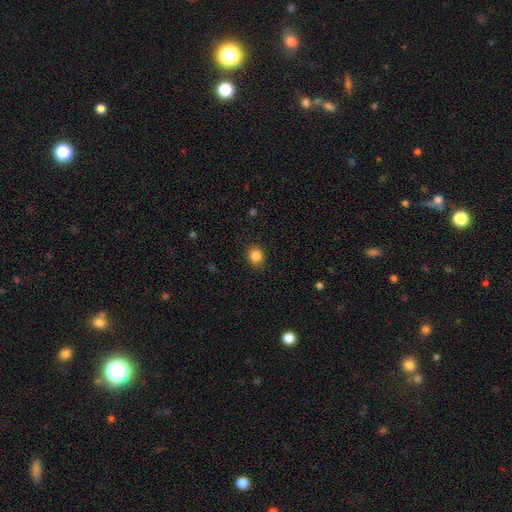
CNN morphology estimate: type=smooth (84%); roundness=round (78%); merging=none (89%).